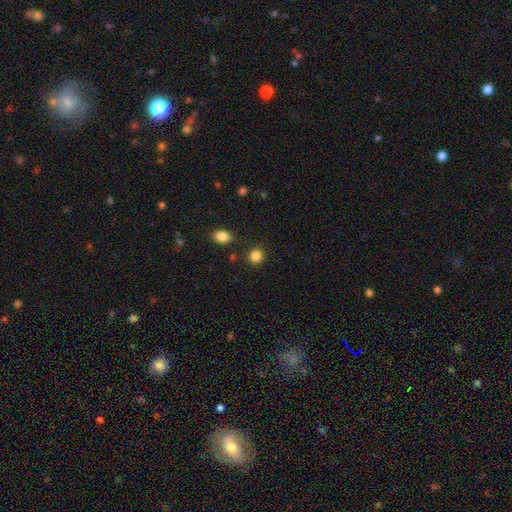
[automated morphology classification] A smooth galaxy with no disk features (86%) that is round (84%).

Vote fractions:
- Smooth or featured? smooth: 86% / star or artifact: 10% / featured or disk: 4%
- How rounded? round: 84% / in between: 15% / cigar-shaped: 1%
- Merging? none: 87% / minor disturbance: 7% / merger: 4% / major disturbance: 2%